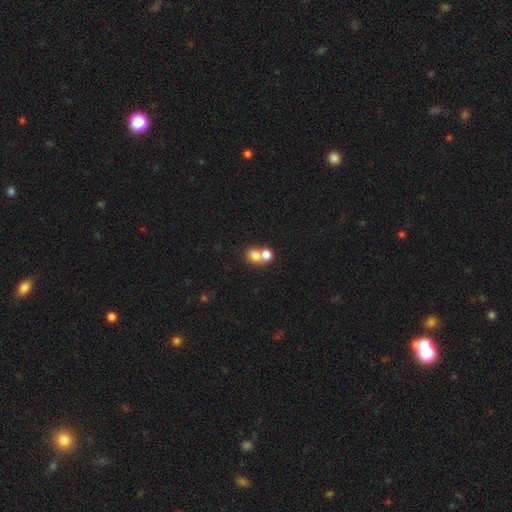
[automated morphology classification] A smooth galaxy with no disk features (76%) that is round (69%). Merging: merger (60%).